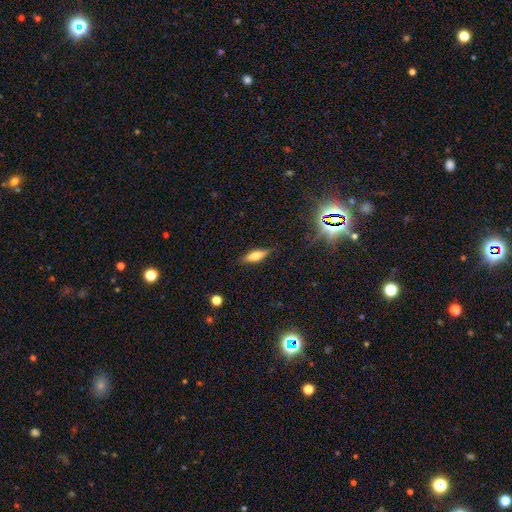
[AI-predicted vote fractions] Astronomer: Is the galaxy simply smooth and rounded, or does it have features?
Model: smooth — 55% (runner-up: featured or disk, 36%).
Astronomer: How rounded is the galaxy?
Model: cigar-shaped — 52% (runner-up: in between, 46%).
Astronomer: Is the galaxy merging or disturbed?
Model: none — 85%.